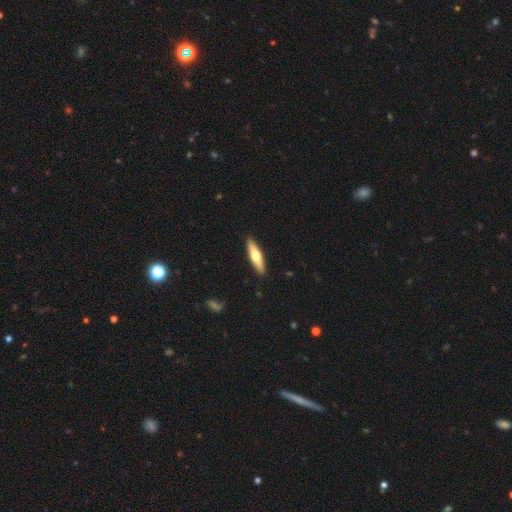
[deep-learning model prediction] Smooth or featured?
  - smooth: 52% *
  - featured or disk: 44%
  - star or artifact: 5%
How rounded?
  - cigar-shaped: 72% *
  - in between: 27%
  - round: 2%
Merging?
  - none: 91% *
  - minor disturbance: 7%
  - major disturbance: 1%
  - merger: 1%